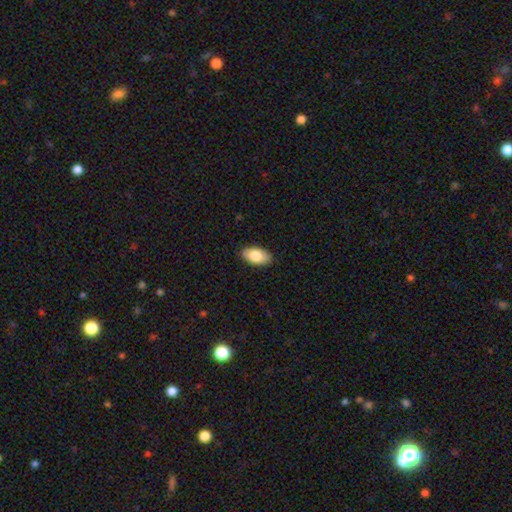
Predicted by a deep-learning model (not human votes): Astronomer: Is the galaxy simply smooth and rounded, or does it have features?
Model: smooth — 85%.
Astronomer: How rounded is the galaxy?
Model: in between — 94%.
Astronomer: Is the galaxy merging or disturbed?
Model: none — 89%.